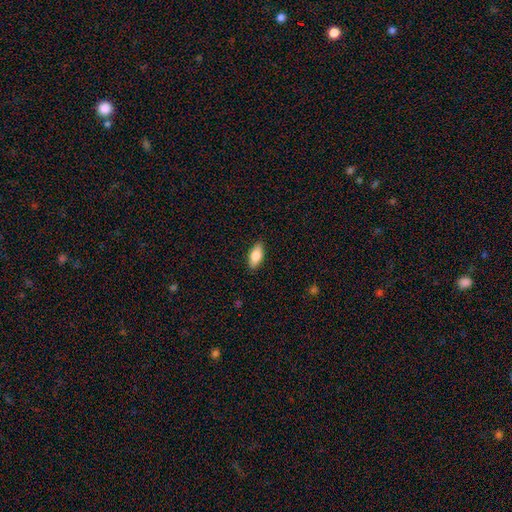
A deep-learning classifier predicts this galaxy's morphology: Smooth or featured? smooth (81%)
How rounded? in between (87%)
Merging? none (89%)